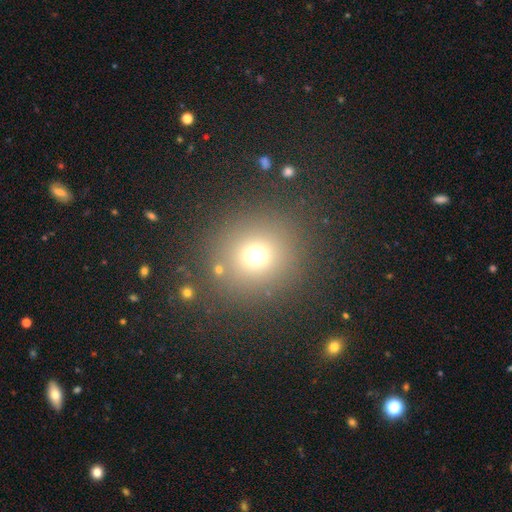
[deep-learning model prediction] Smooth or featured? smooth (70%)
How rounded? round (90%)
Merging? none (86%)